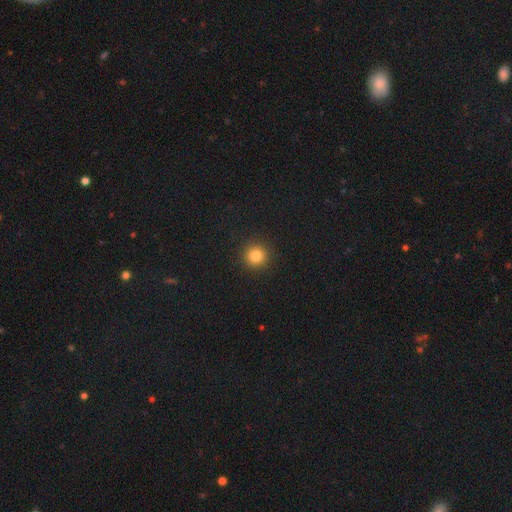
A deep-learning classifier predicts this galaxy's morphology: type=smooth (83%); roundness=round (94%); merging=none (92%).